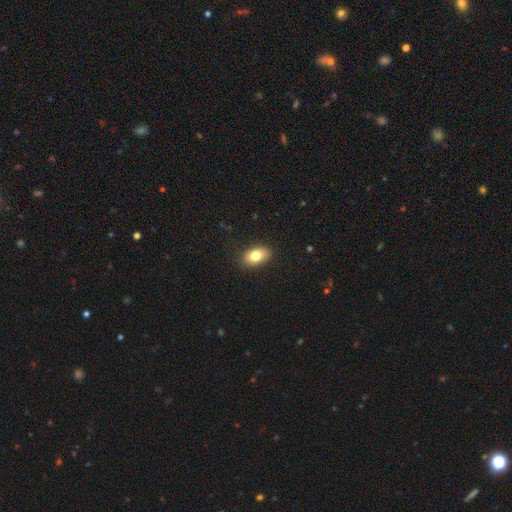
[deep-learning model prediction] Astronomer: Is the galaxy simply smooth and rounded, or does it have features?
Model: smooth — 81%.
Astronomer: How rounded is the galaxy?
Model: in between — 87%.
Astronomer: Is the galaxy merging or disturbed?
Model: none — 86%.